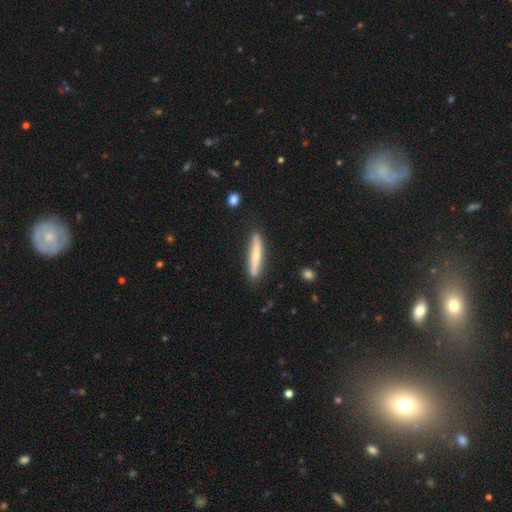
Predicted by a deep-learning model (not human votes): A smooth galaxy with no disk features (62%) that is cigar-shaped (92%). Merging: none (86%).